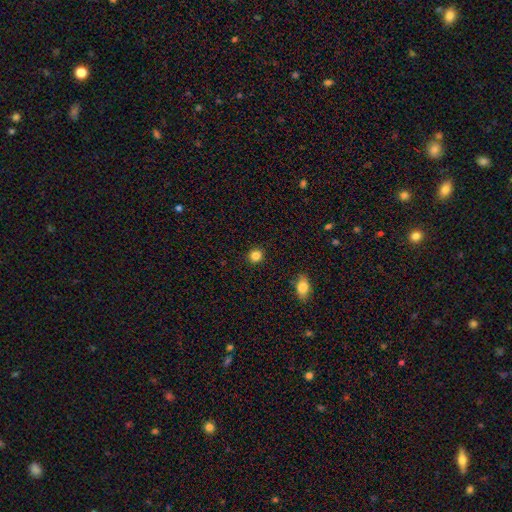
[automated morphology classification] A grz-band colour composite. It shows a smooth galaxy with no disk features (84%) that is round (85%). Merging: none (91%).